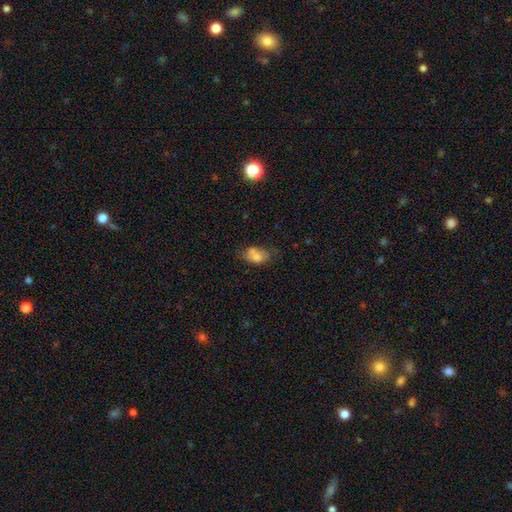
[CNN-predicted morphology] smooth 67%, featured or disk 22%, star or artifact 10%. Down the decision tree: how rounded — in between (86%); merging — none (42%).